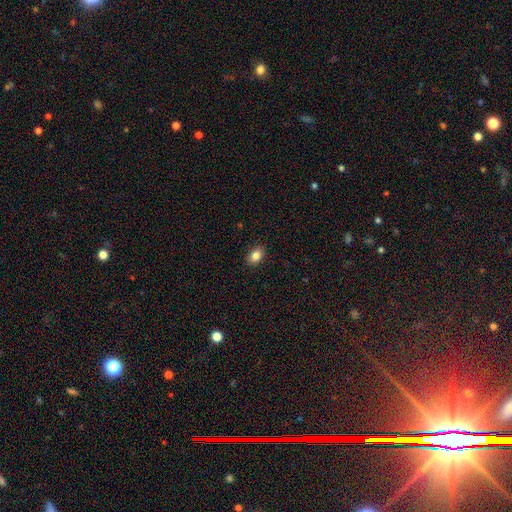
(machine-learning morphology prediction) This appears to be a smooth galaxy with no disk features (84%) that is in between round and cigar-shaped (78%). Merging: none (89%).